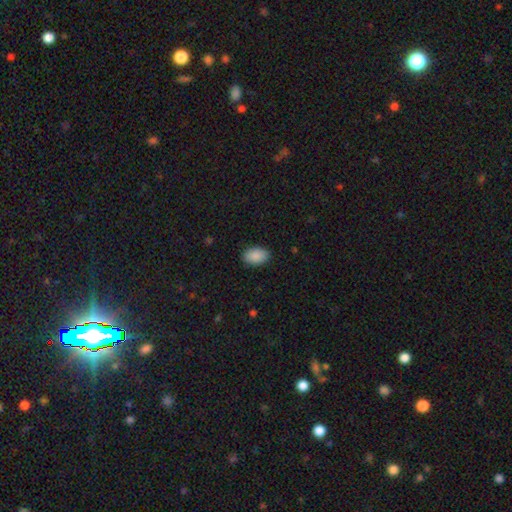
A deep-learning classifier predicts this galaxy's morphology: smooth-or-featured: smooth: 90% | star or artifact: 7% | featured or disk: 3%
  how-rounded: in between: 90% | round: 8% | cigar-shaped: 1%
  merging: none: 88% | minor disturbance: 9% | major disturbance: 2% | merger: 1%